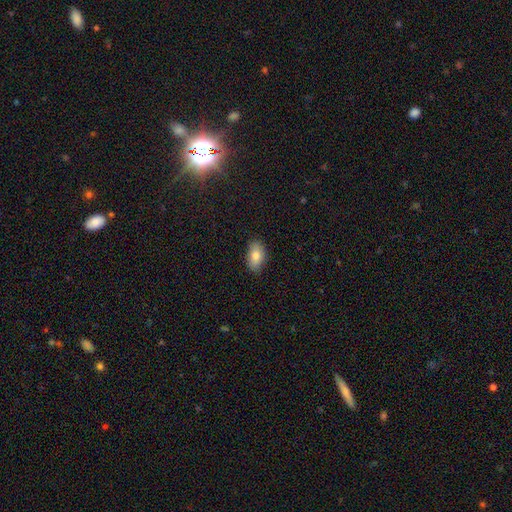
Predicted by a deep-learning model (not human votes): smooth_or_featured: smooth (p=0.82) [alt: featured or disk p=0.11]
how_rounded: in between (p=0.92) [alt: round p=0.06]
merging: none (p=0.85) [alt: minor disturbance p=0.11]